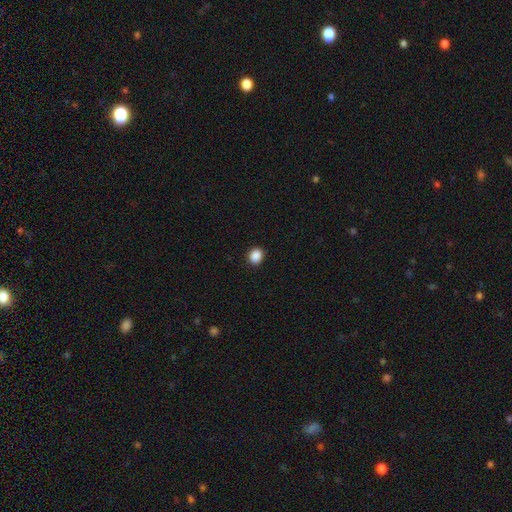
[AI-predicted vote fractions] The model was most divided on "how rounded": round: 65%, in between: 34%, cigar-shaped: 1%. More confident: merging — none (91%); smooth or featured — smooth (89%).